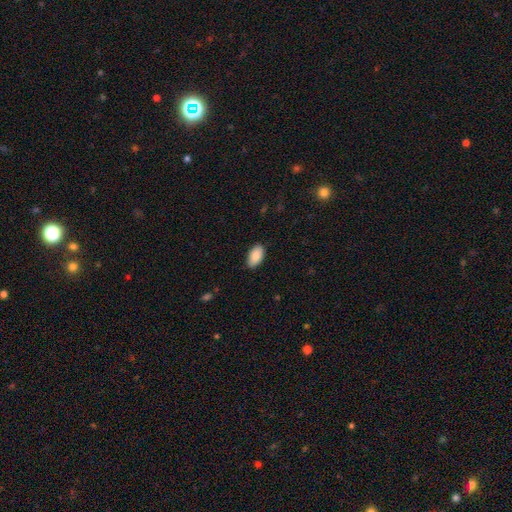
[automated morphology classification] Smooth or featured? Predicted: smooth (p=0.89). How rounded? Predicted: in between (p=0.95). Merging? Predicted: none (p=0.85).